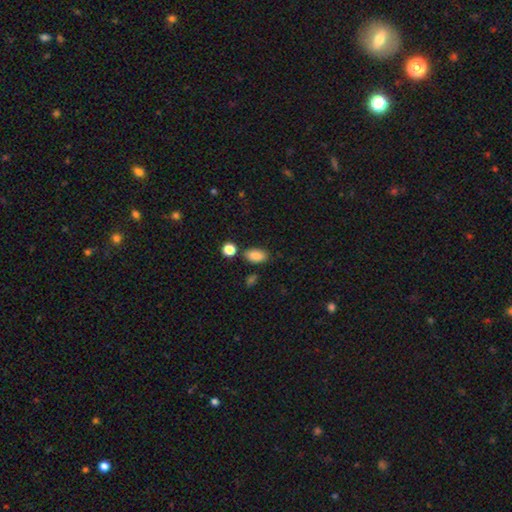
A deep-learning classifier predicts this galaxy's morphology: type=smooth (87%); roundness=in between (89%); merging=none (79%).